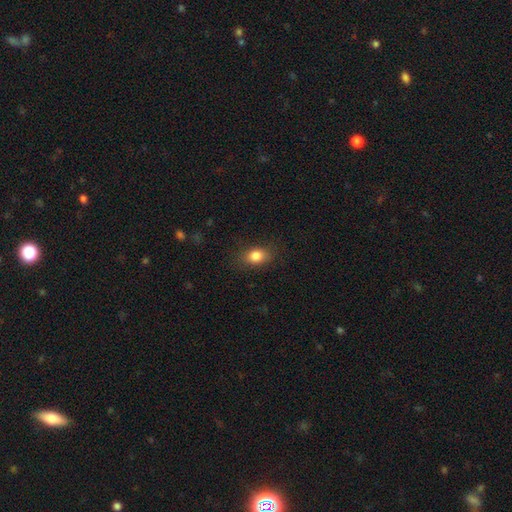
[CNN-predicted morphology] smooth 83%, star or artifact 10%, featured or disk 7%. Down the decision tree: how rounded — in between (69%); merging — none (83%).